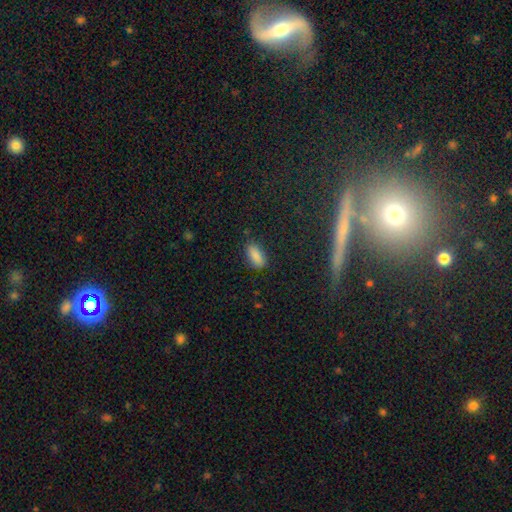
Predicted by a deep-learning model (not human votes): Smooth or featured? smooth (87%)
How rounded? in between (88%)
Merging? none (83%)